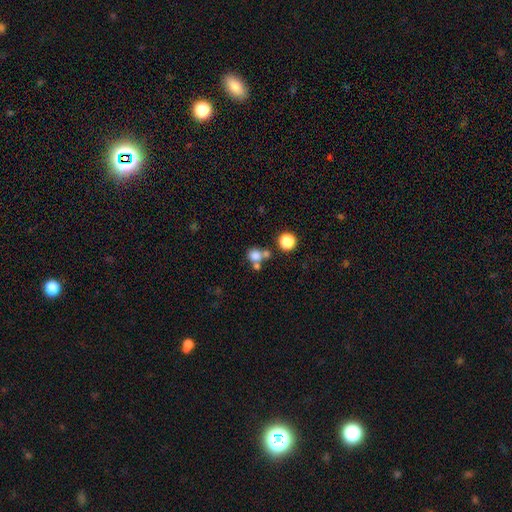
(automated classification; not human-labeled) A smooth galaxy with no disk features (76%) that is round (80%).

Vote fractions:
- Smooth or featured? smooth: 76% / star or artifact: 14% / featured or disk: 10%
- How rounded? round: 80% / in between: 19% / cigar-shaped: 1%
- Merging? none: 47% / merger: 39% / minor disturbance: 9% / major disturbance: 5%